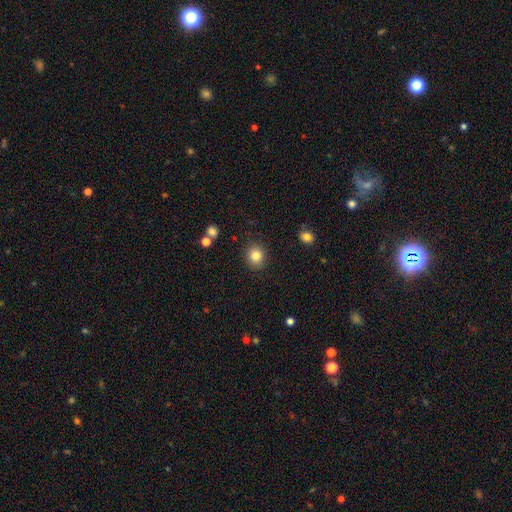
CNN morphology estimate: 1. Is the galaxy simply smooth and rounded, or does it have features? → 83% smooth, 10% star or artifact, 6% featured or disk.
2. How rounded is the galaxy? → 79% round, 20% in between, 1% cigar-shaped.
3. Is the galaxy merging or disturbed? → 88% none, 7% minor disturbance, 2% major disturbance, 2% merger.